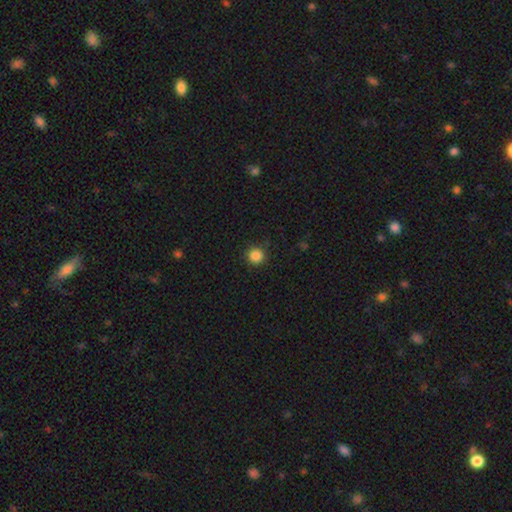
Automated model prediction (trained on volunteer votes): smooth-or-featured: smooth: 86% | star or artifact: 11% | featured or disk: 3%
  how-rounded: round: 95% | in between: 5% | cigar-shaped: 1%
  merging: none: 90% | minor disturbance: 7% | major disturbance: 2% | merger: 1%